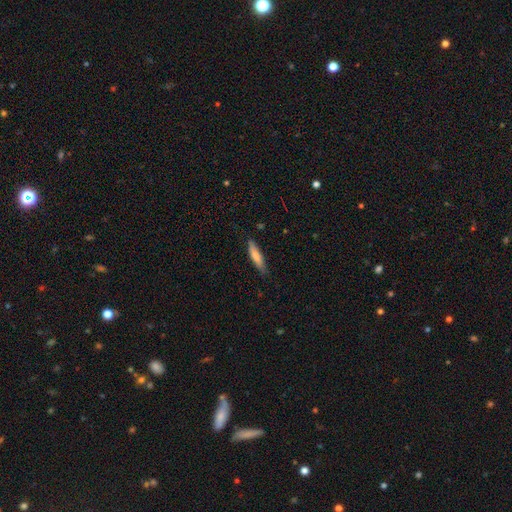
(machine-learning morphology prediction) A smooth galaxy with no disk features (71%) that is cigar-shaped (81%). Merging: none (81%).